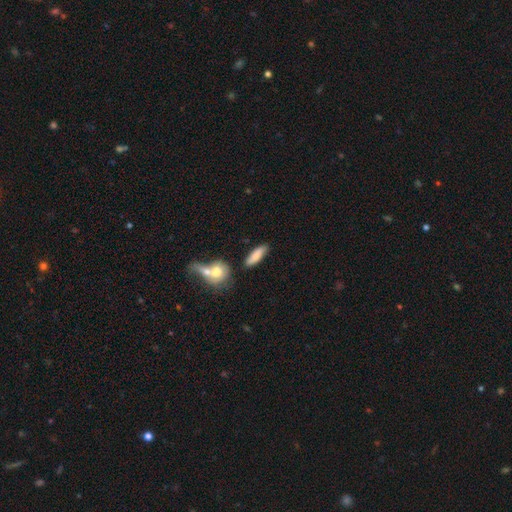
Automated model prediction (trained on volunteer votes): A smooth galaxy with no disk features (81%) that is cigar-shaped (51%). Merging: none (73%).